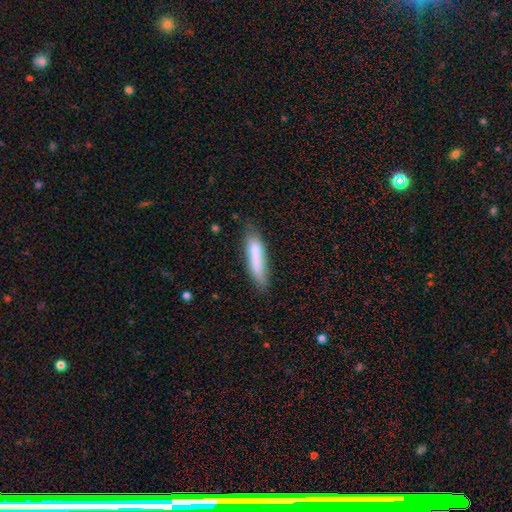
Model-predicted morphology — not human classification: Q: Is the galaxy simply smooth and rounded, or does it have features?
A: smooth — 78%.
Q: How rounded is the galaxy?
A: cigar-shaped — 80%.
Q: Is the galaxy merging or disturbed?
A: none — 68%.